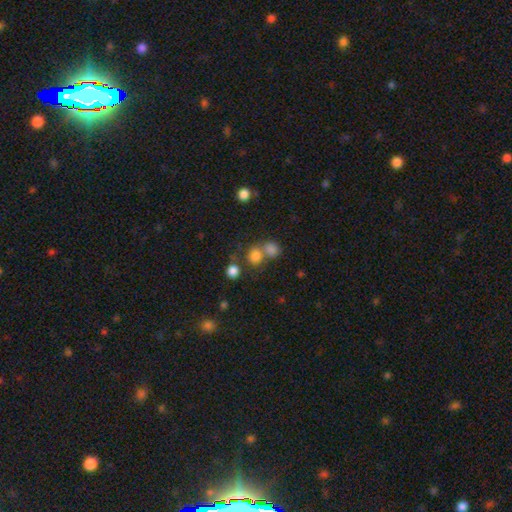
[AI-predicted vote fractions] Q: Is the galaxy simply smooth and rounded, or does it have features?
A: smooth — 77%.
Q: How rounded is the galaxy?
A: round — 78%.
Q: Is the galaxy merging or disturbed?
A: none — 49%.